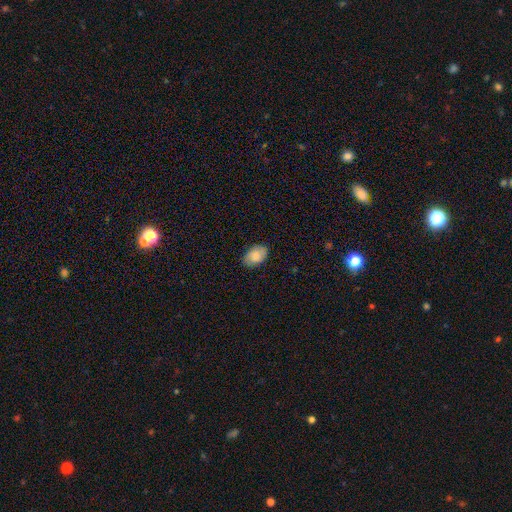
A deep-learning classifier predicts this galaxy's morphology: This is clearly a smooth galaxy (81%). How rounded: clearly in between (89%). Merging: clearly none (84%).